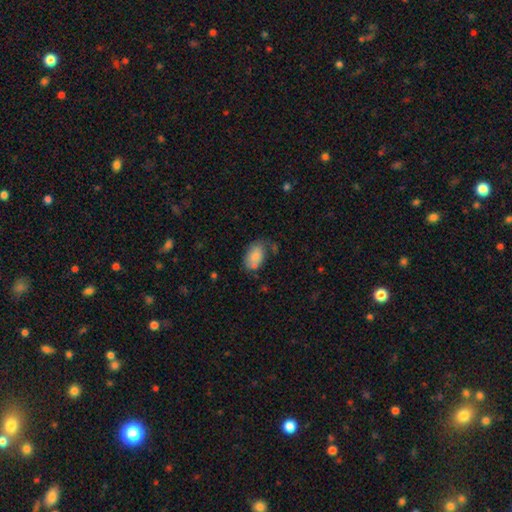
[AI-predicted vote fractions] smooth-or-featured: smooth: 77% | featured or disk: 15% | star or artifact: 8%
  how-rounded: in between: 91% | round: 7% | cigar-shaped: 2%
  merging: none: 53% | minor disturbance: 29% | major disturbance: 10% | merger: 8%